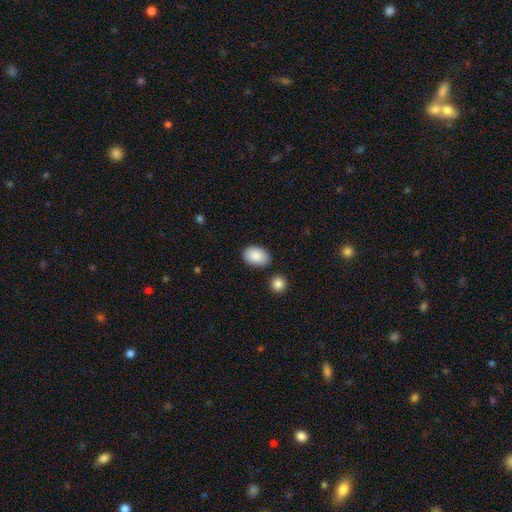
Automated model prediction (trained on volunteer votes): This is clearly a smooth galaxy (89%). How rounded: clearly in between (88%). Merging: clearly none (83%).